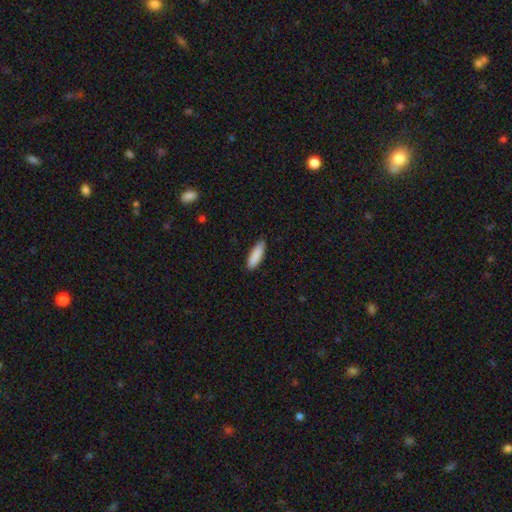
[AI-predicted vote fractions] The model was most divided on "how rounded": cigar-shaped: 59%, in between: 40%, round: 1%. More confident: smooth or featured — smooth (89%); merging — none (87%).